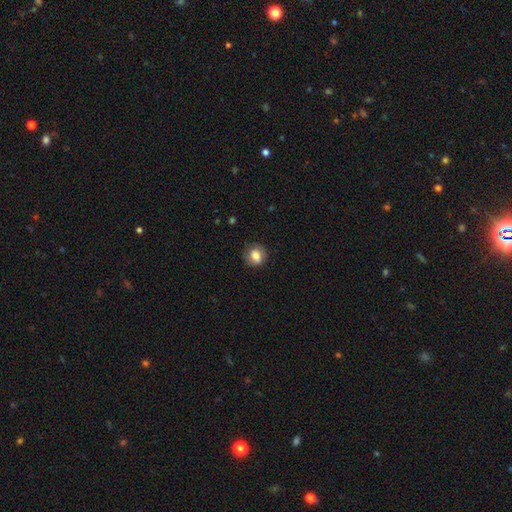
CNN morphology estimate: smooth_or_featured: smooth (p=0.76) [alt: featured or disk p=0.15]
how_rounded: round (p=0.69) [alt: in between p=0.30]
merging: none (p=0.77) [alt: minor disturbance p=0.16]